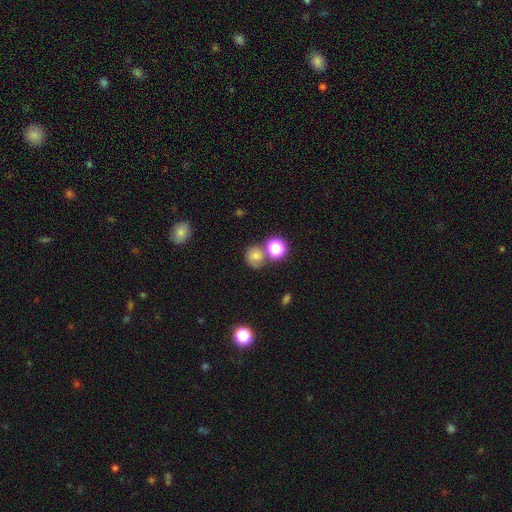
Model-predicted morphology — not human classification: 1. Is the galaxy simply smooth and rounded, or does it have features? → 70% smooth, 17% star or artifact, 13% featured or disk.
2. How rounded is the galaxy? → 77% round, 22% in between, 1% cigar-shaped.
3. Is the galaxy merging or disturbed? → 55% none, 25% merger, 14% minor disturbance, 6% major disturbance.